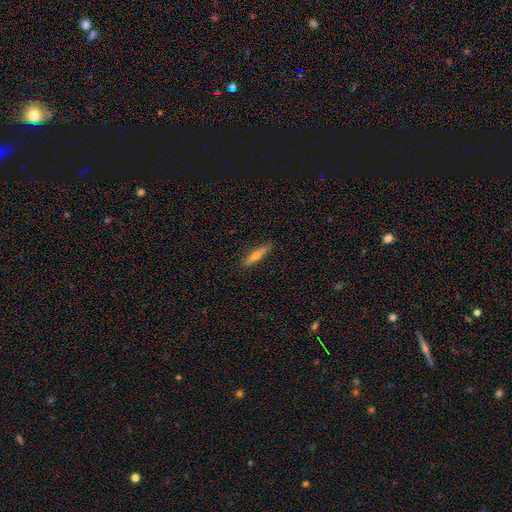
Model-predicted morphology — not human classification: Q: Smooth or featured?
A: smooth (56%); runner-up: featured or disk (37%)
Q: How rounded?
A: cigar-shaped (87%); runner-up: in between (11%)
Q: Merging?
A: none (88%); runner-up: minor disturbance (9%)